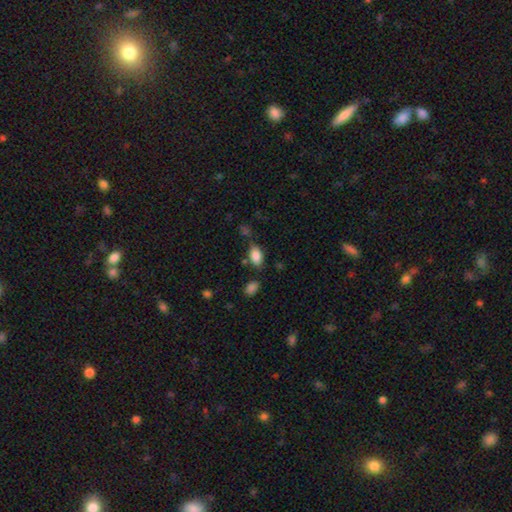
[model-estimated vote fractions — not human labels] Morphology: type=smooth (86%); roundness=in between (91%); merging=none (67%).